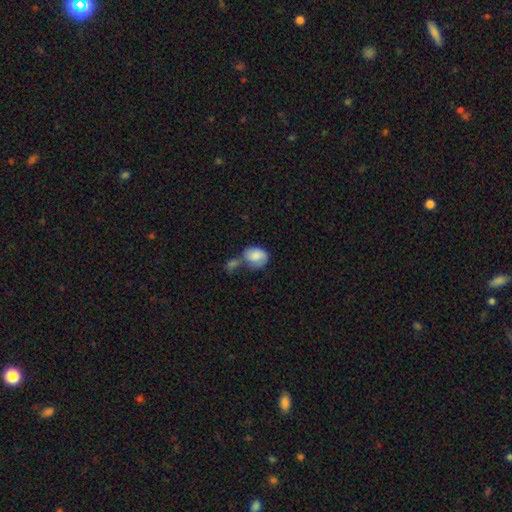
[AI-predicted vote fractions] A smooth galaxy with no disk features (74%) that is in between round and cigar-shaped (54%). Merging: merger (44%).